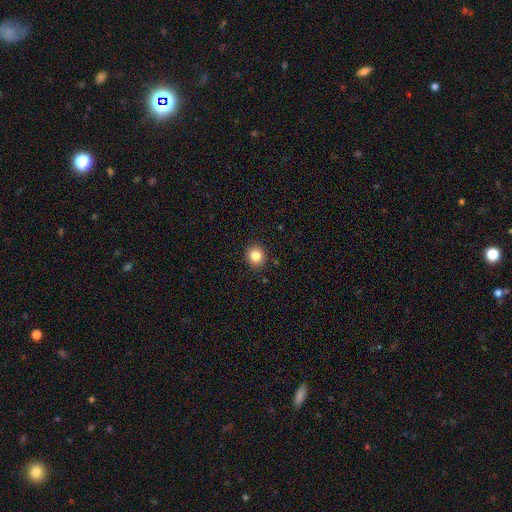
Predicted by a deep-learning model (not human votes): This is clearly a smooth galaxy (84%). How rounded: clearly round (86%). Merging: clearly none (91%).